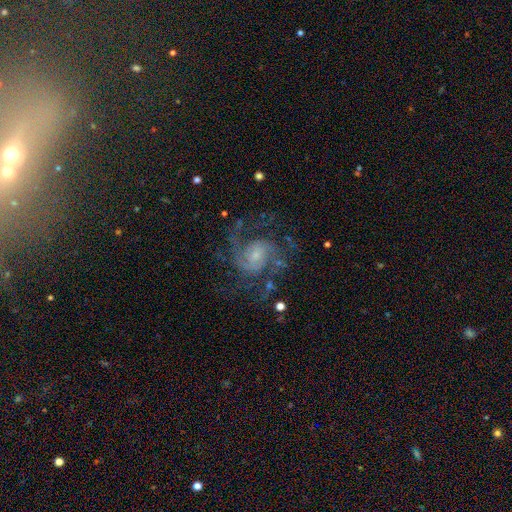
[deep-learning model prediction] Morphology: type=featured or disk (87%); edge-on=no (98%); bar=no (53%); spiral arms=yes (96%); winding=medium (52%); arm count=2 (53%); bulge=small (56%); merging=none (65%).